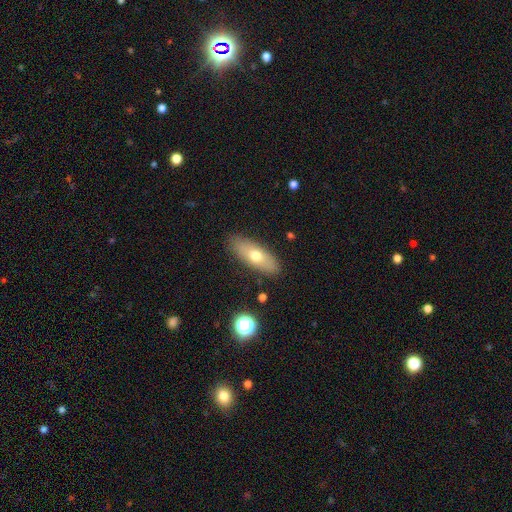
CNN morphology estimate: Smooth or featured? Predicted: smooth (p=0.63). How rounded? Predicted: in between (p=0.70). Merging? Predicted: none (p=0.85).